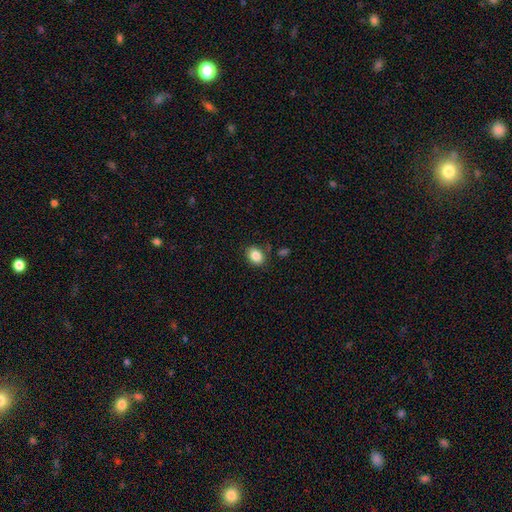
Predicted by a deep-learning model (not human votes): A smooth galaxy with no disk features (85%) that is in between round and cigar-shaped (62%). Merging: none (82%).